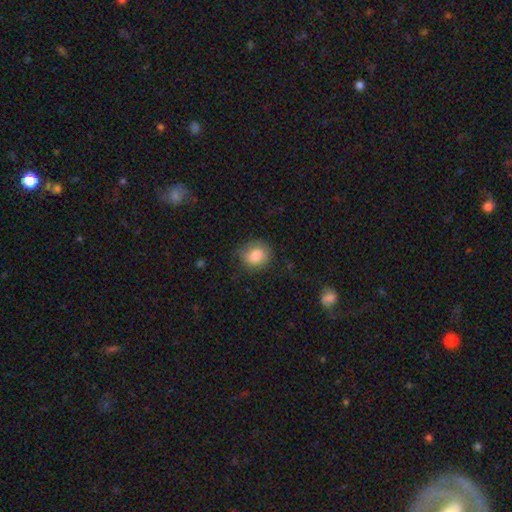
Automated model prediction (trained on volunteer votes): smooth-or-featured: smooth: 81% | featured or disk: 10% | star or artifact: 9%
  how-rounded: round: 75% | in between: 24% | cigar-shaped: 1%
  merging: none: 72% | minor disturbance: 21% | major disturbance: 5% | merger: 1%